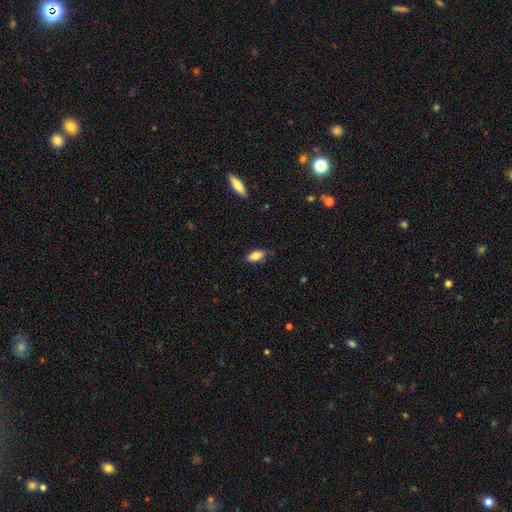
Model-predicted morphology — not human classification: Q: Smooth or featured?
A: smooth (77%); runner-up: featured or disk (15%)
Q: How rounded?
A: in between (82%); runner-up: cigar-shaped (15%)
Q: Merging?
A: none (80%); runner-up: minor disturbance (16%)